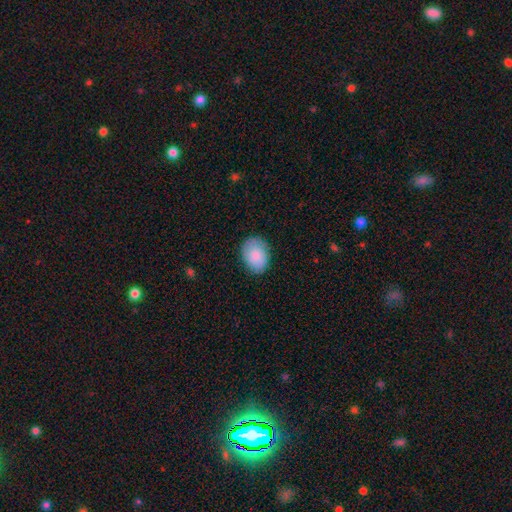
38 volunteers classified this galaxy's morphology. Smooth or featured: smooth — 89% (featured or disk — 5%)
How rounded: in between — 56% (round — 44%)
Merging: none — 86% (minor disturbance — 8%)